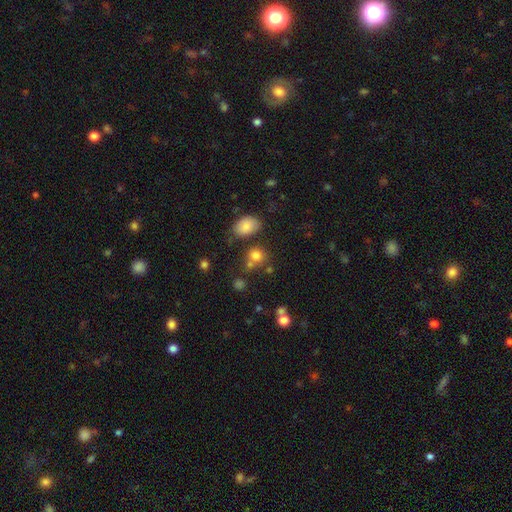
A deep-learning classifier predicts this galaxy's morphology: Q: Smooth or featured?
A: smooth (79%); runner-up: star or artifact (14%)
Q: How rounded?
A: round (77%); runner-up: in between (22%)
Q: Merging?
A: none (65%); runner-up: merger (18%)